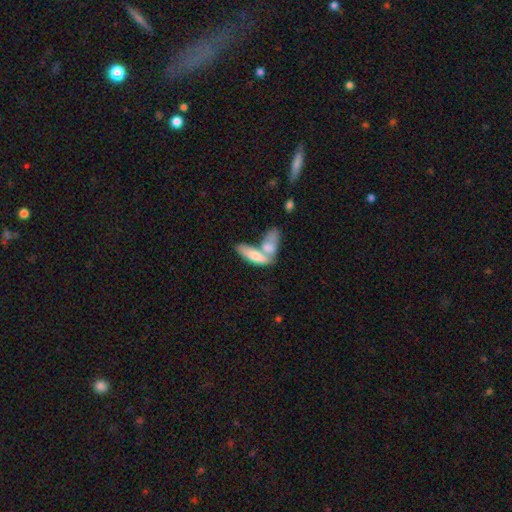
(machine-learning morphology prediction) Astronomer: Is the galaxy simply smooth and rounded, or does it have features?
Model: smooth — 71%.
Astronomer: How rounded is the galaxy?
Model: in between — 65%.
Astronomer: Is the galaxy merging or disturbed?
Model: merger — 65%.